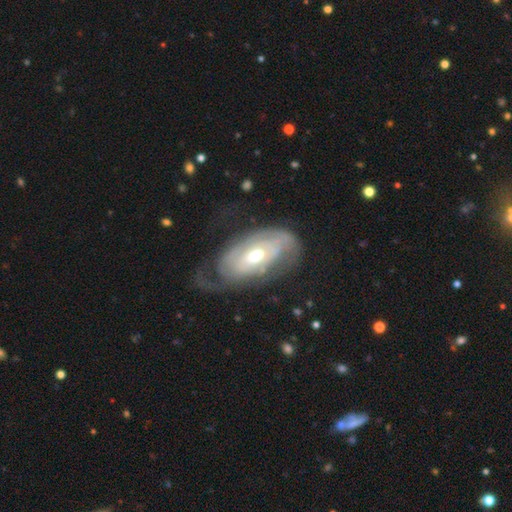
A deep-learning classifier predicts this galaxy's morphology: Smooth or featured? featured or disk (76%)
Edge-on disk? no (93%)
Bar? no (64%)
Spiral arms? yes (79%)
Spiral winding? tight (59%)
Spiral arm count? can't tell (45%)
Bulge size? moderate (68%)
Merging? none (48%)